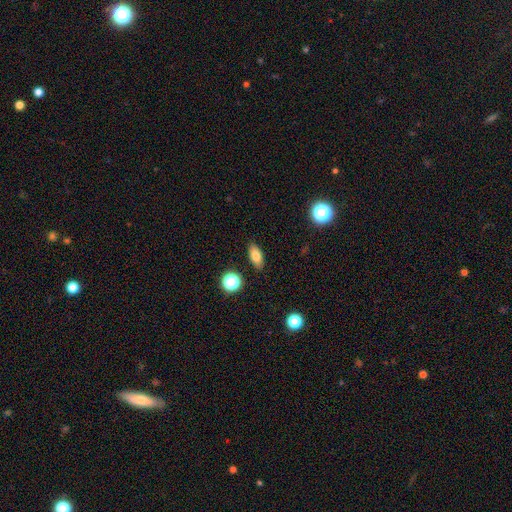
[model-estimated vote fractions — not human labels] Smooth or featured? smooth (80%)
How rounded? in between (83%)
Merging? none (88%)